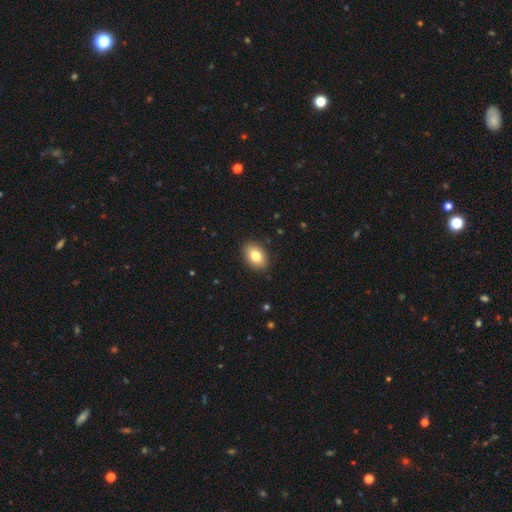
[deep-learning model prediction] smooth 80%, featured or disk 12%, star or artifact 8%. Down the decision tree: how rounded — in between (81%); merging — none (89%).